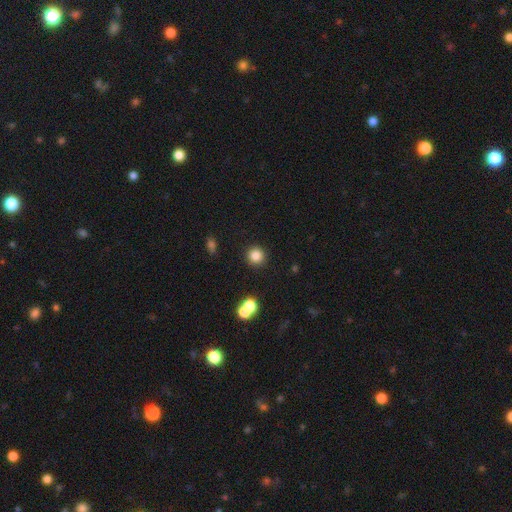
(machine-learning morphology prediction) type=smooth (83%); roundness=round (94%); merging=none (88%).